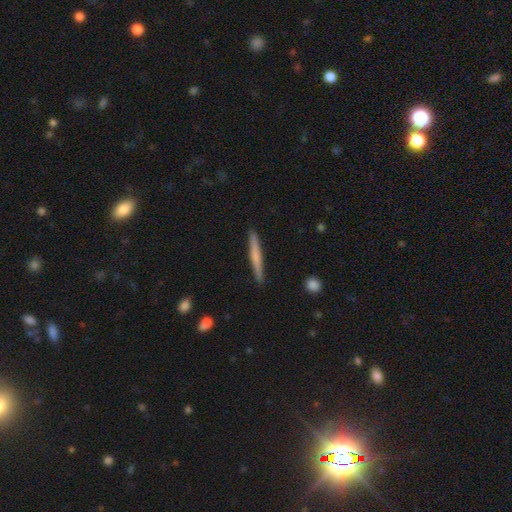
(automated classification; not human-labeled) Smooth or featured: smooth — 55% (featured or disk — 40%)
How rounded: cigar-shaped — 96% (in between — 2%)
Merging: none — 90% (minor disturbance — 7%)